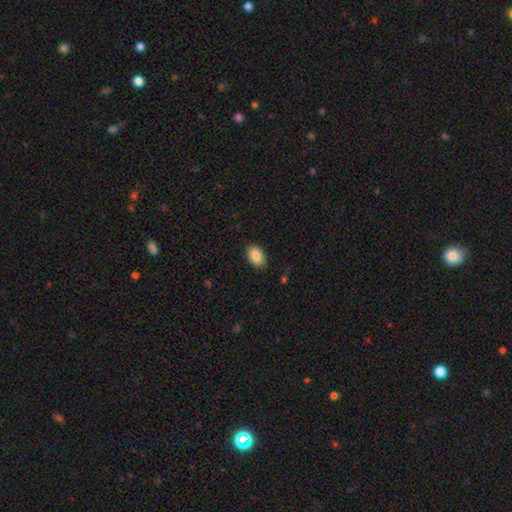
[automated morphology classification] Smooth or featured: smooth — 87% (star or artifact — 7%)
How rounded: in between — 92% (round — 7%)
Merging: none — 87% (minor disturbance — 10%)